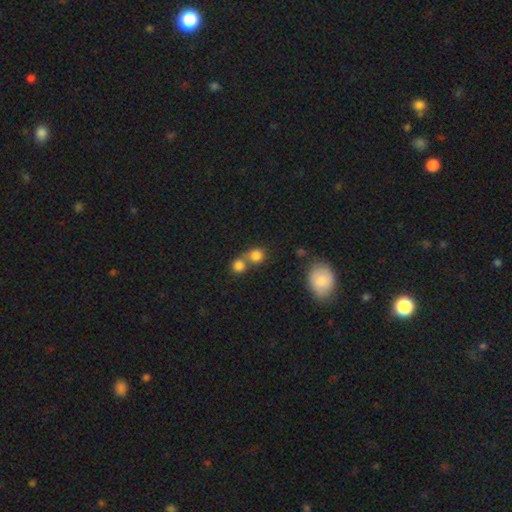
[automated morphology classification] Smooth or featured? Predicted: smooth (p=0.82). How rounded? Predicted: round (p=0.83). Merging? Predicted: merger (p=0.45, tied with none).